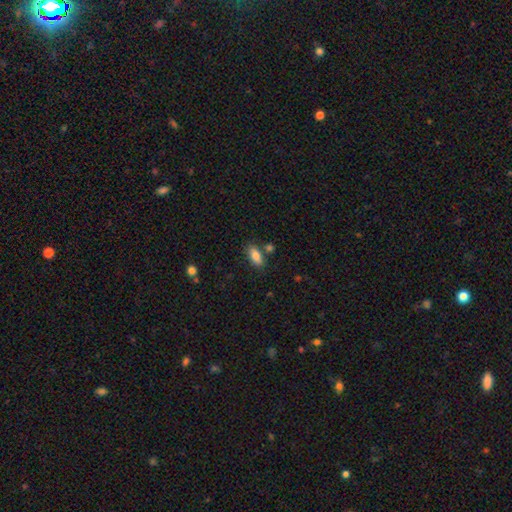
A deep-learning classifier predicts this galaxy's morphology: Overall: smooth (83%). How rounded: in between (90%). Merging: none (79%).